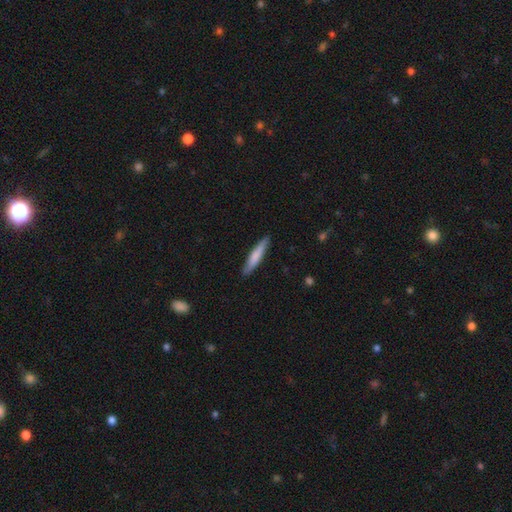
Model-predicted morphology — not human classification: This is likely a smooth galaxy (75%). How rounded: clearly cigar-shaped (91%). Merging: clearly none (88%).